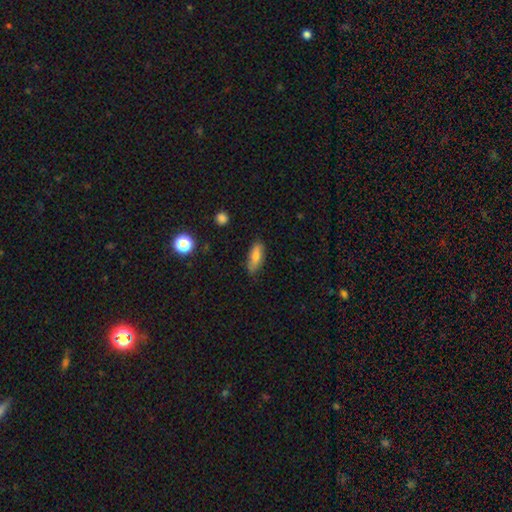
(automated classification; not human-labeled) This appears to be a smooth galaxy with no disk features (74%) that is in between round and cigar-shaped (70%). Merging: none (77%).